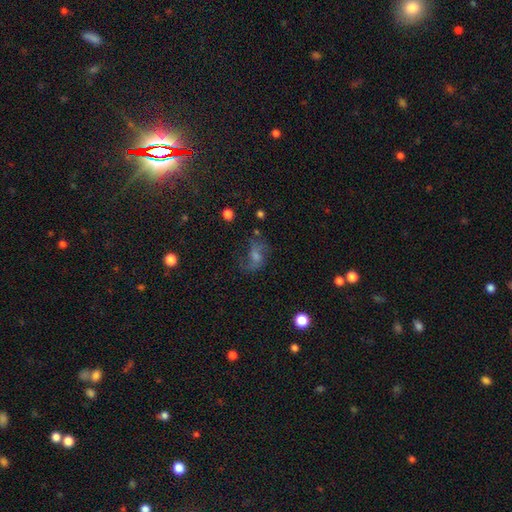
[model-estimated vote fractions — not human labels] featured or disk 49%, smooth 26%, star or artifact 25%. Down the decision tree: merging — none (57%).